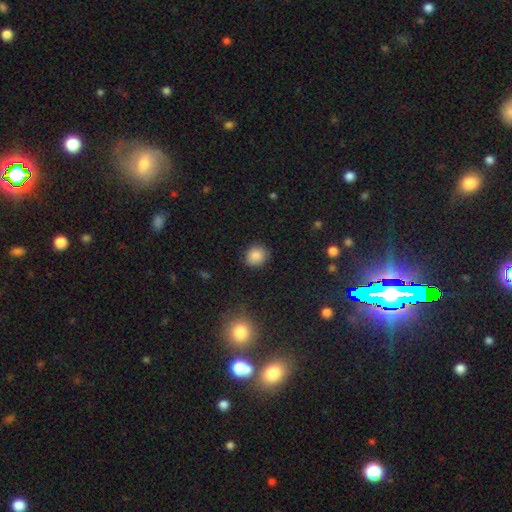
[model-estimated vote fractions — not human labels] This appears to be a smooth galaxy with no disk features (85%) that is round (81%). Merging: none (87%).